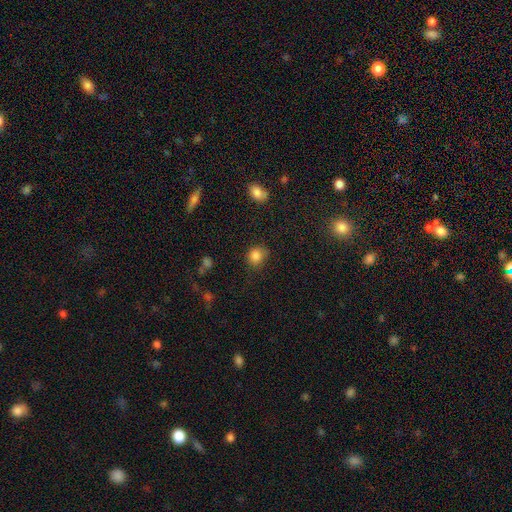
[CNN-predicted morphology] A smooth galaxy with no disk features (84%) that is round (75%).

Vote fractions:
- Smooth or featured? smooth: 84% / star or artifact: 11% / featured or disk: 5%
- How rounded? round: 75% / in between: 24% / cigar-shaped: 1%
- Merging? none: 71% / minor disturbance: 21% / major disturbance: 5% / merger: 2%